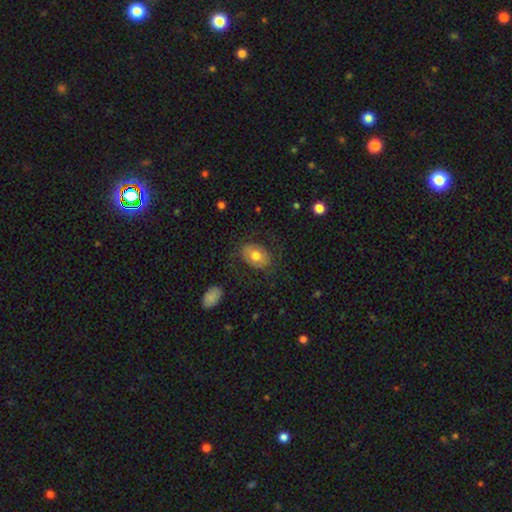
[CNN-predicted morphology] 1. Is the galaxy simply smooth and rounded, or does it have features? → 62% smooth, 31% featured or disk, 8% star or artifact.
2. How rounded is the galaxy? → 80% in between, 19% round, 1% cigar-shaped.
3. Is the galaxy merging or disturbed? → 71% none, 17% minor disturbance, 11% major disturbance, 2% merger.